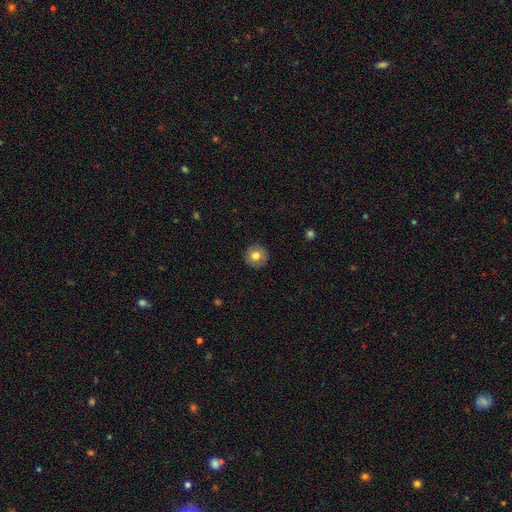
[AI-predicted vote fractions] Morphology: type=smooth (77%); roundness=round (95%); merging=none (90%).